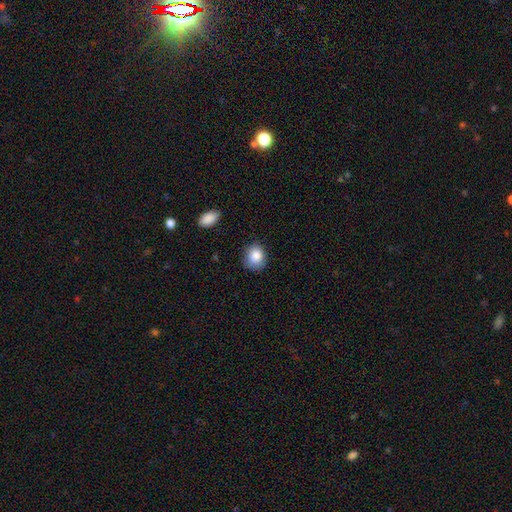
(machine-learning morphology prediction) smooth 86%, star or artifact 8%, featured or disk 6%. Down the decision tree: how rounded — round (62%); merging — none (76%).